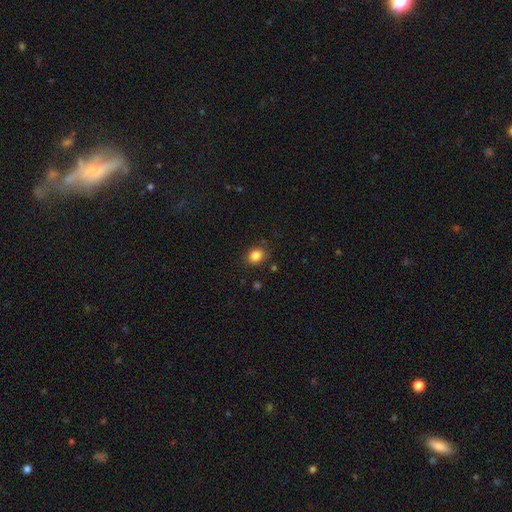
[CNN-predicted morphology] smooth 85%, star or artifact 10%, featured or disk 5%. Down the decision tree: how rounded — round (55%); merging — none (83%).